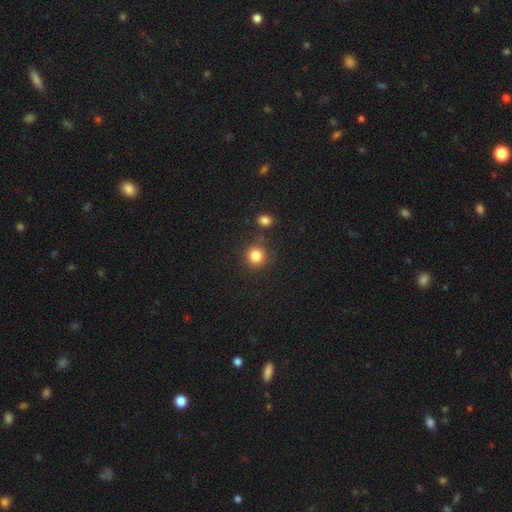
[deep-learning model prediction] Morphology: type=smooth (83%); roundness=round (90%); merging=none (80%).